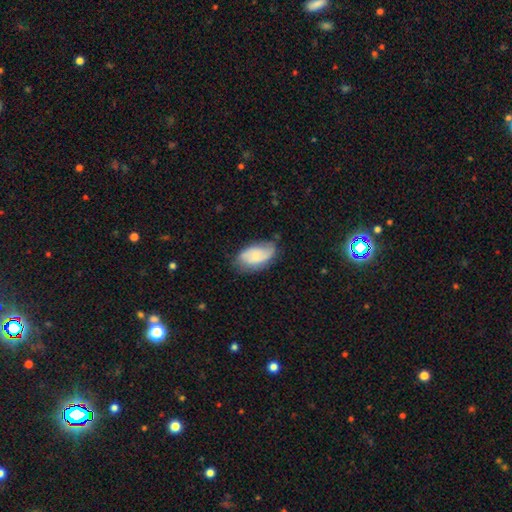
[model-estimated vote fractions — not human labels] Q: Smooth or featured?
A: smooth (55%); runner-up: featured or disk (37%)
Q: How rounded?
A: in between (92%); runner-up: round (5%)
Q: Merging?
A: none (54%); runner-up: minor disturbance (32%)